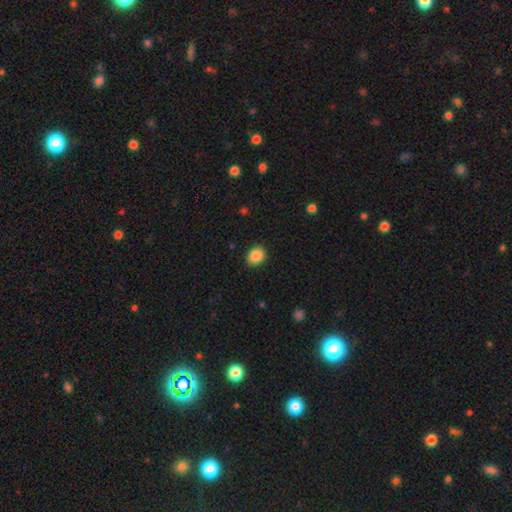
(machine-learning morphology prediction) A smooth galaxy with no disk features (87%) that is in between round and cigar-shaped (51%).

Vote fractions:
- Smooth or featured? smooth: 87% / star or artifact: 8% / featured or disk: 4%
- How rounded? in between: 51% / round: 48% / cigar-shaped: 1%
- Merging? none: 88% / minor disturbance: 9% / major disturbance: 2% / merger: 1%